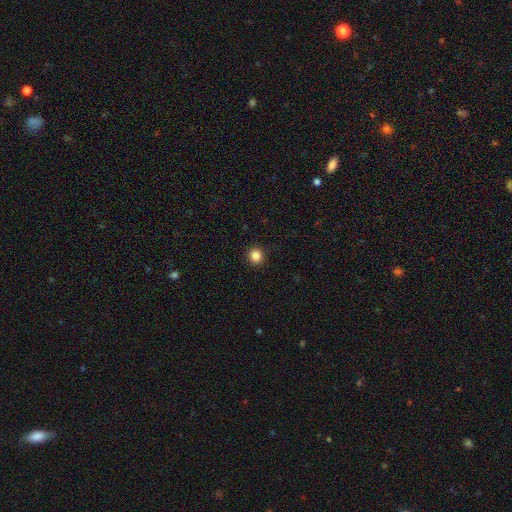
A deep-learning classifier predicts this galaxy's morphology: This is clearly a smooth galaxy (86%). How rounded: clearly round (92%). Merging: clearly none (92%).